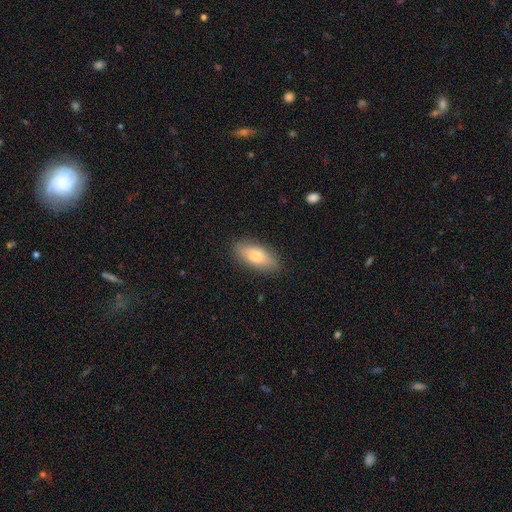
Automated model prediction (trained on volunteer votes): Q: Smooth or featured?
A: smooth (72%); runner-up: featured or disk (22%)
Q: How rounded?
A: in between (79%); runner-up: cigar-shaped (18%)
Q: Merging?
A: none (87%); runner-up: minor disturbance (9%)